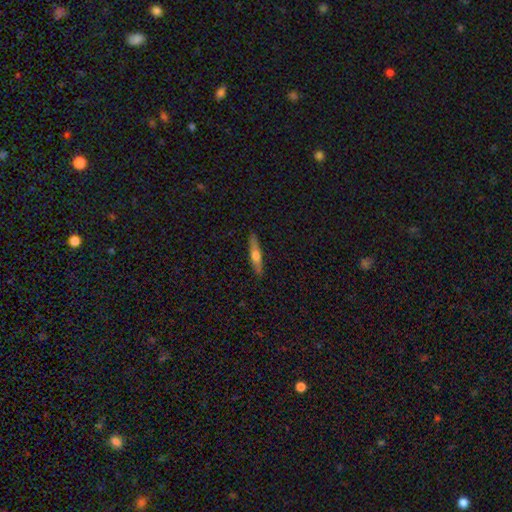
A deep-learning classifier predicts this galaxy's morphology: featured or disk 51%, smooth 43%, star or artifact 6%. Down the decision tree: edge-on disk — yes (94%); merging — none (90%).